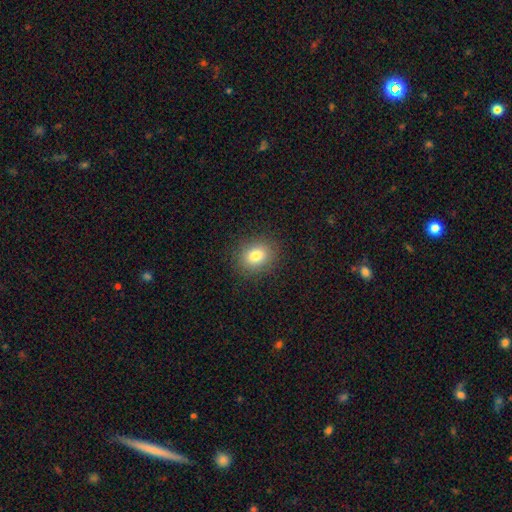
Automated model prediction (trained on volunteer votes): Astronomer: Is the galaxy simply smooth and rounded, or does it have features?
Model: smooth — 80%.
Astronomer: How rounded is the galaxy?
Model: round — 60% (runner-up: in between, 39%).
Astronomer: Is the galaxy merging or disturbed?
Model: none — 88%.